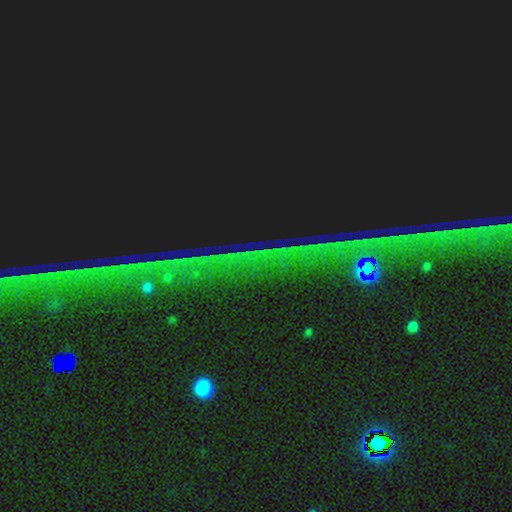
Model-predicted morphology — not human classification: star or artifact 87%, featured or disk 7%, smooth 6%.